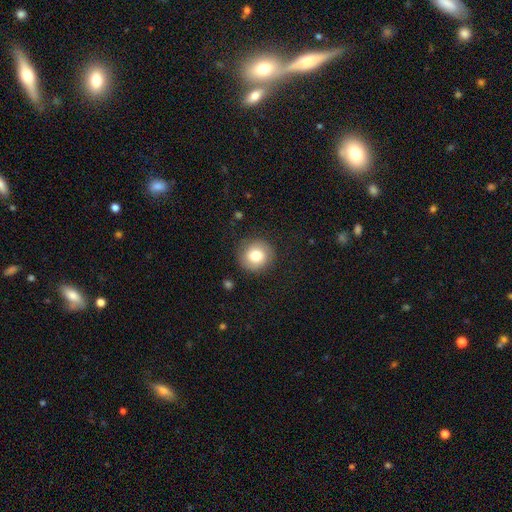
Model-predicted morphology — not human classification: type=smooth (76%); roundness=round (91%); merging=none (86%).